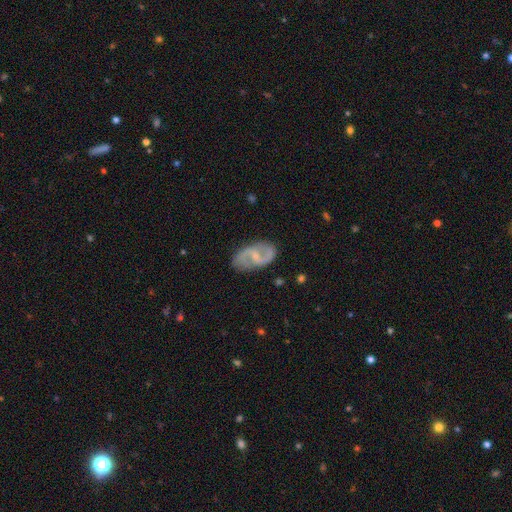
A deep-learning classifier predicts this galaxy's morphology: smooth_or_featured: featured or disk (p=0.85) [alt: smooth p=0.10]
disk_edge_on: no (p=0.97) [alt: yes p=0.03]
bar: weak (p=0.53) [alt: no p=0.30]
has_spiral_arms: yes (p=0.94) [alt: no p=0.06]
spiral_winding: medium (p=0.46) [alt: loose p=0.41]
spiral_arm_count: 2 (p=0.92) [alt: can't tell p=0.03]
bulge_size: small (p=0.63) [alt: moderate p=0.26]
merging: none (p=0.81) [alt: minor disturbance p=0.14]